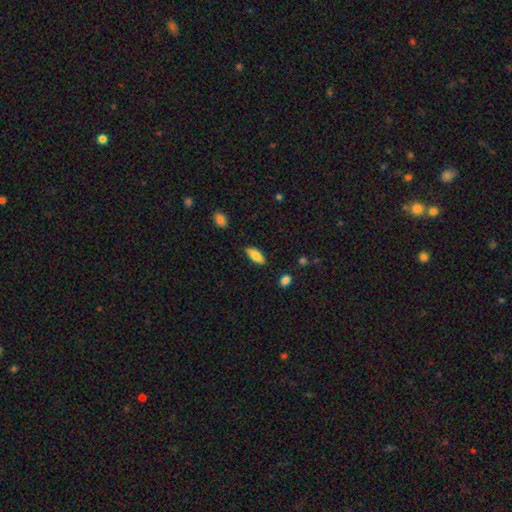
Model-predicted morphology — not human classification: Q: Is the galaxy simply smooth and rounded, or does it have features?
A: smooth — 81%.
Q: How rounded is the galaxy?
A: in between — 76%.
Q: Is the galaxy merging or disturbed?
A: none — 80%.